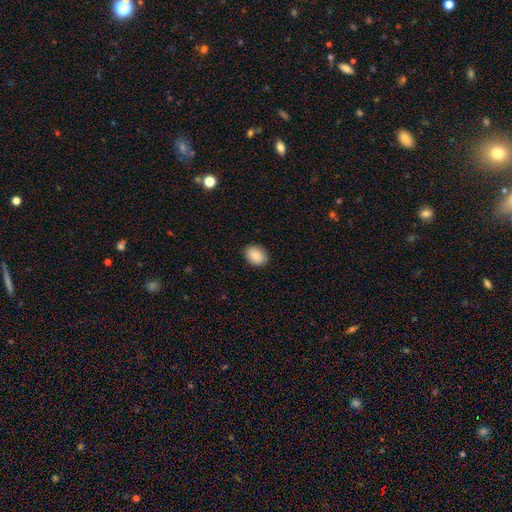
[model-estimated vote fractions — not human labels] The model was most divided on "how rounded": in between: 63%, round: 36%, cigar-shaped: 1%. More confident: smooth or featured — smooth (90%); merging — none (89%).